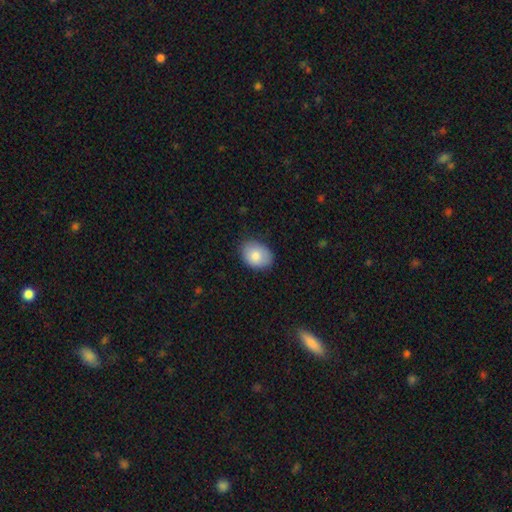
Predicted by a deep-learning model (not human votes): A smooth galaxy with no disk features (84%) that is in between round and cigar-shaped (75%). Merging: none (82%).